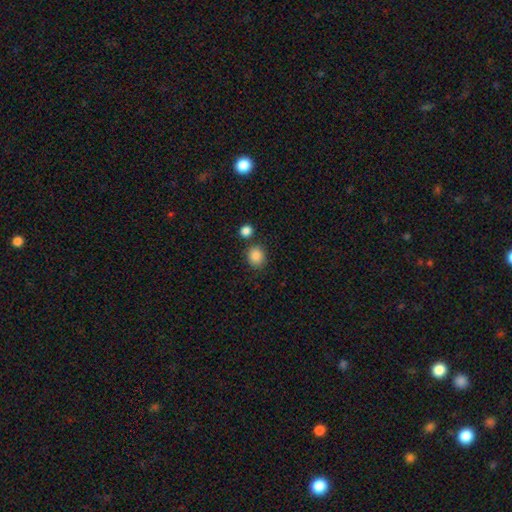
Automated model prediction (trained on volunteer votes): smooth 86%, star or artifact 9%, featured or disk 4%. Down the decision tree: how rounded — round (74%); merging — none (77%).